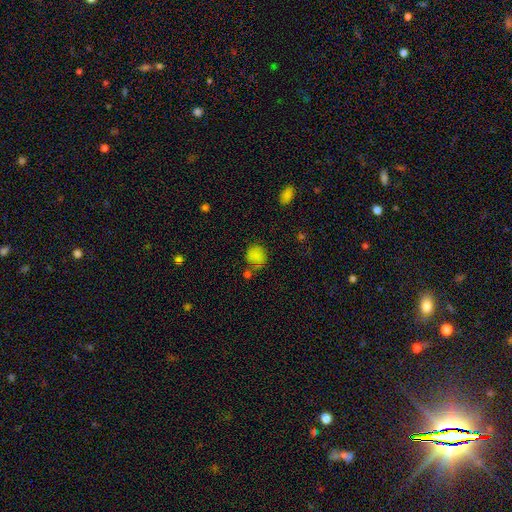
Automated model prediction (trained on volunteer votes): Overall: smooth (81%). How rounded: round (76%). Merging: none (56%; minor disturbance 18%).